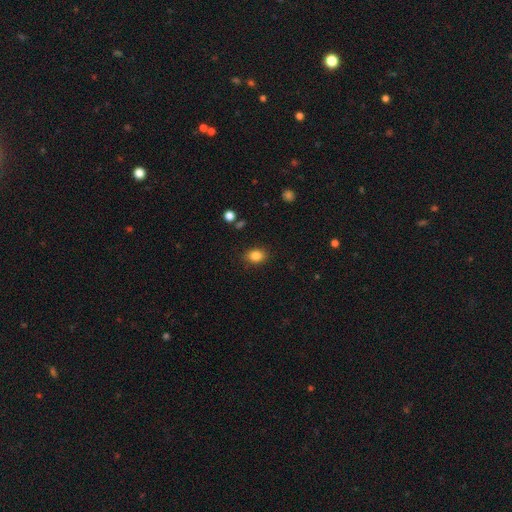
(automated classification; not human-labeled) A smooth galaxy with no disk features (85%) that is in between round and cigar-shaped (61%).

Vote fractions:
- Smooth or featured? smooth: 85% / star or artifact: 10% / featured or disk: 5%
- How rounded? in between: 61% / round: 38% / cigar-shaped: 1%
- Merging? none: 86% / minor disturbance: 10% / major disturbance: 3% / merger: 2%